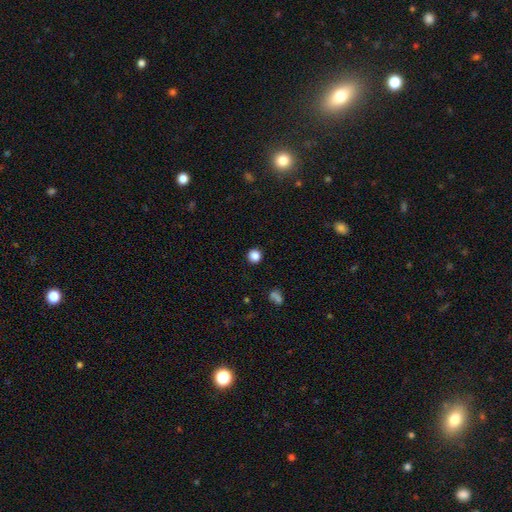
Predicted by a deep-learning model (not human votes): Morphology: type=smooth (86%); roundness=round (95%); merging=none (92%).